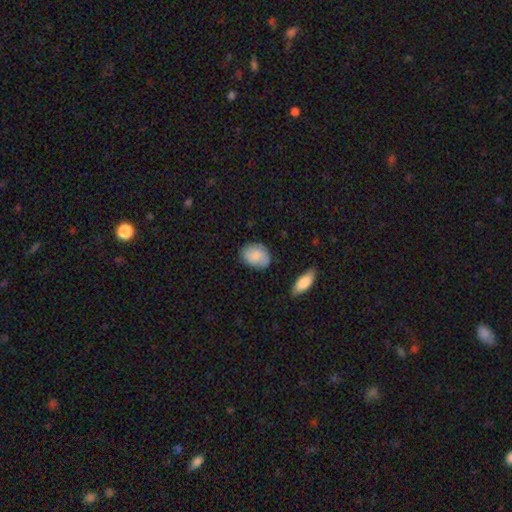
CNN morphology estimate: Smooth or featured?
  - smooth: 82% *
  - featured or disk: 11%
  - star or artifact: 7%
How rounded?
  - in between: 64% *
  - round: 34%
  - cigar-shaped: 1%
Merging?
  - none: 76% *
  - minor disturbance: 18%
  - major disturbance: 4%
  - merger: 2%